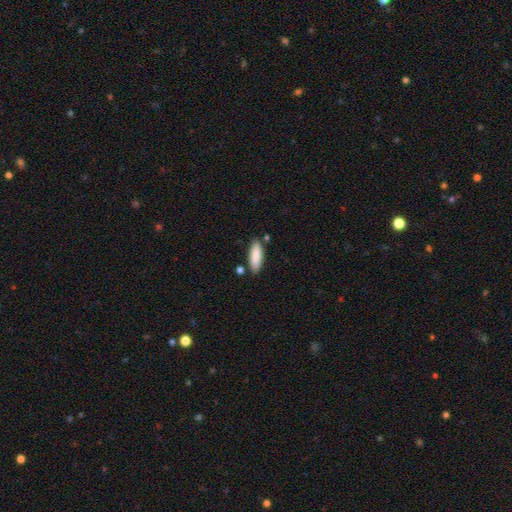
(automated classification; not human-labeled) This appears to be a smooth galaxy with no disk features (86%) that is in between round and cigar-shaped (59%). Merging: none (81%).